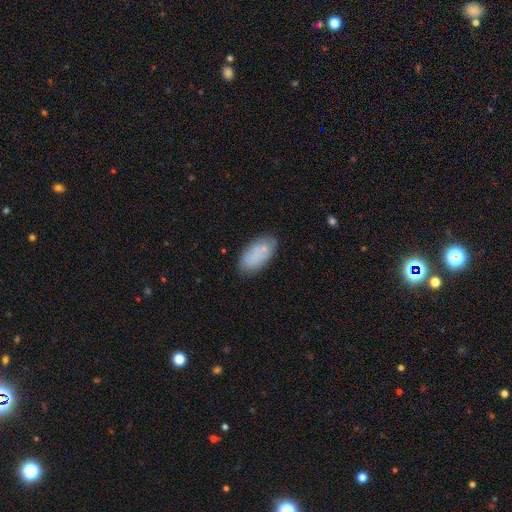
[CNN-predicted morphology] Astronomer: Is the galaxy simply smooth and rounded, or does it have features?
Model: smooth — 79%.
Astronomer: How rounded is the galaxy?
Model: in between — 93%.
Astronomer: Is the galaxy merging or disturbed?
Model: none — 72%.